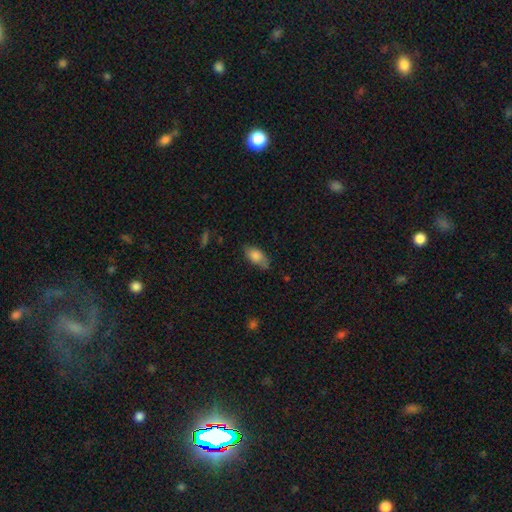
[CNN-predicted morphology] Smooth or featured: smooth — 81% (featured or disk — 12%)
How rounded: in between — 89% (cigar-shaped — 6%)
Merging: none — 65% (minor disturbance — 27%)